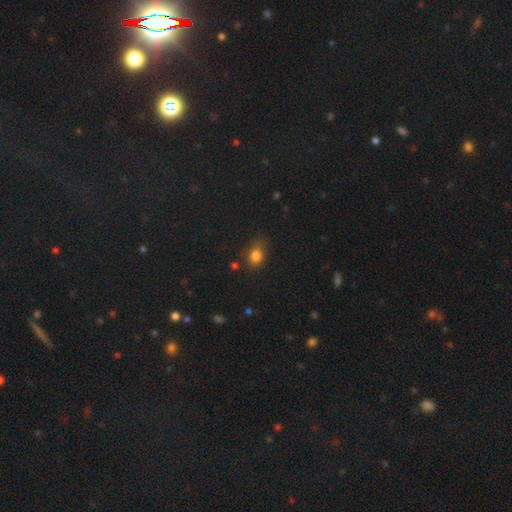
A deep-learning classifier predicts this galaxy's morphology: The model was most divided on "how rounded": in between: 61%, round: 37%, cigar-shaped: 1%. More confident: smooth or featured — smooth (82%); merging — none (64%).